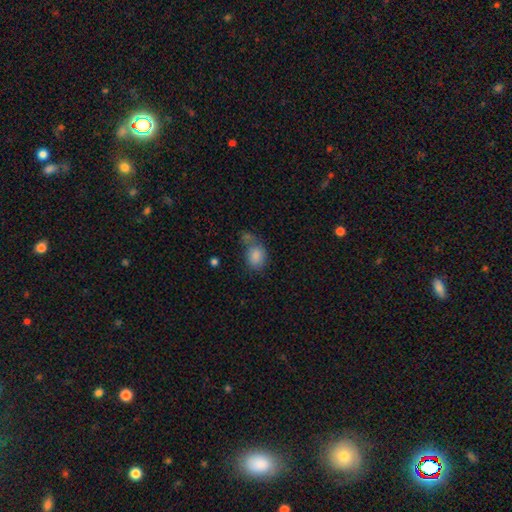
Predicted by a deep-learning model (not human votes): A smooth galaxy with no disk features (83%) that is in between round and cigar-shaped (67%).

Vote fractions:
- Smooth or featured? smooth: 83% / star or artifact: 9% / featured or disk: 8%
- How rounded? in between: 67% / round: 32% / cigar-shaped: 1%
- Merging? none: 40% / merger: 30% / minor disturbance: 19% / major disturbance: 12%